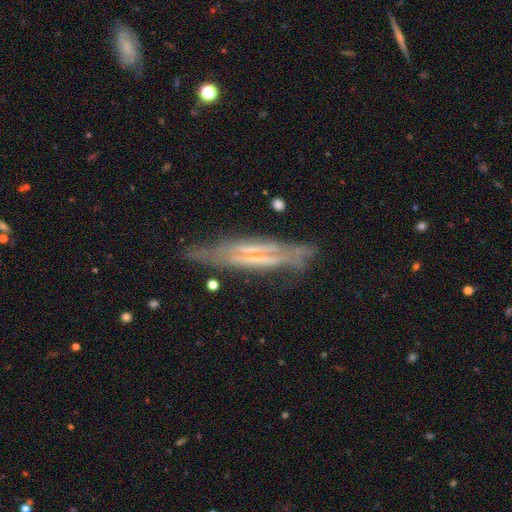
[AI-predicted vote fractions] Smooth or featured?
  - featured or disk: 72% *
  - smooth: 20%
  - star or artifact: 9%
Edge-on disk?
  - yes: 77% *
  - no: 23%
Edge-on bulge?
  - none: 66% *
  - rounded: 18%
  - boxy: 16%
Merging?
  - none: 71% *
  - minor disturbance: 19%
  - major disturbance: 7%
  - merger: 3%